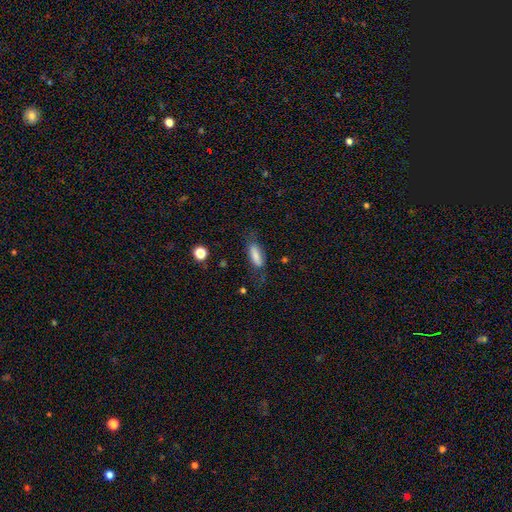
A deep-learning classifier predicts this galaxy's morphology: Smooth or featured? Predicted: smooth (p=0.74). How rounded? Predicted: in between (p=0.64). Merging? Predicted: none (p=0.58).